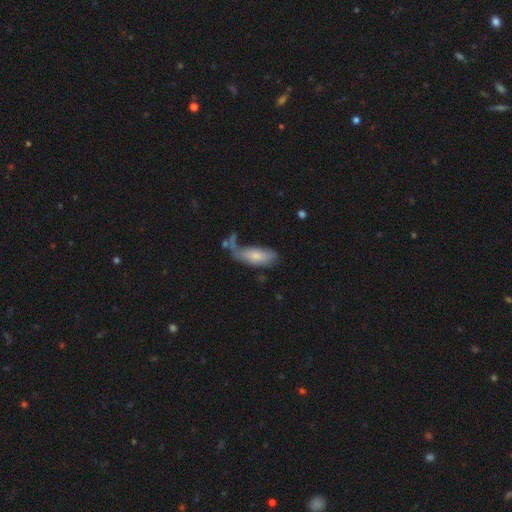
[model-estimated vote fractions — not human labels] smooth-or-featured: smooth: 73% | featured or disk: 20% | star or artifact: 7%
  how-rounded: in between: 83% | cigar-shaped: 15% | round: 2%
  merging: none: 43% | minor disturbance: 25% | major disturbance: 17% | merger: 15%